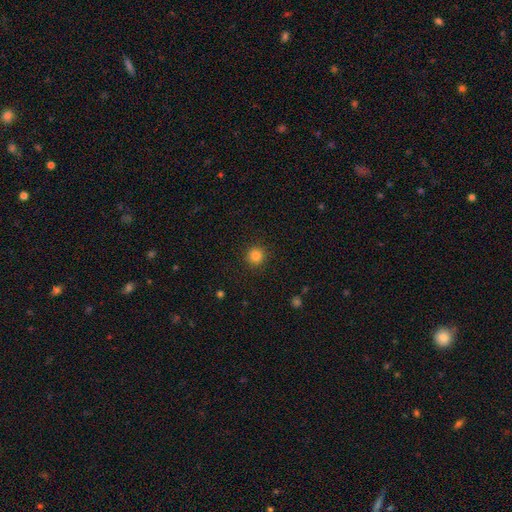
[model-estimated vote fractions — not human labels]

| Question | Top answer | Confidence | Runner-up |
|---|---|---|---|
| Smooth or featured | smooth | 85% | star or artifact (11%) |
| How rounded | round | 94% | in between (5%) |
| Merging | none | 91% | minor disturbance (6%) |